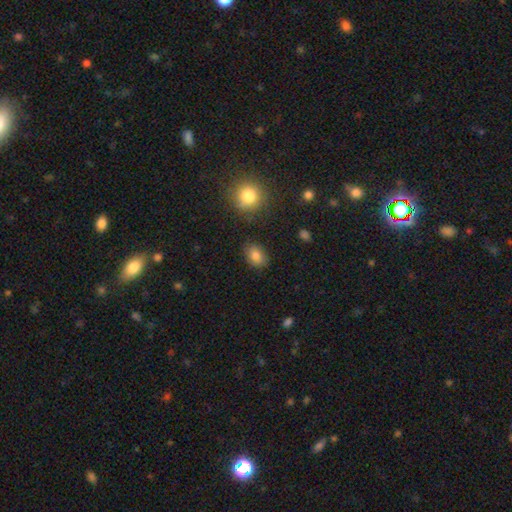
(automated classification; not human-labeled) Smooth or featured? smooth (82%)
How rounded? in between (74%)
Merging? none (82%)